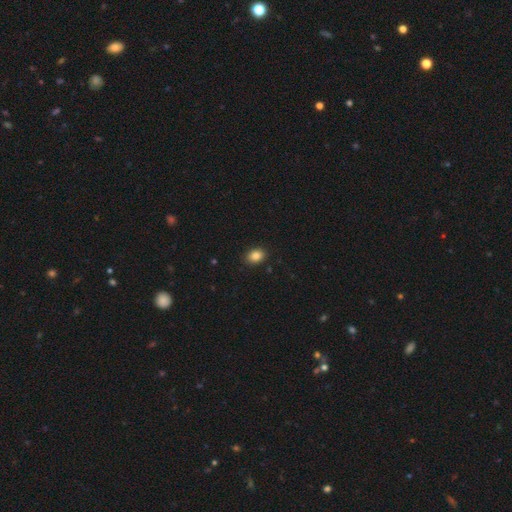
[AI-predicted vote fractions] Smooth or featured: smooth — 86% (star or artifact — 9%)
How rounded: in between — 67% (round — 32%)
Merging: none — 90% (minor disturbance — 7%)